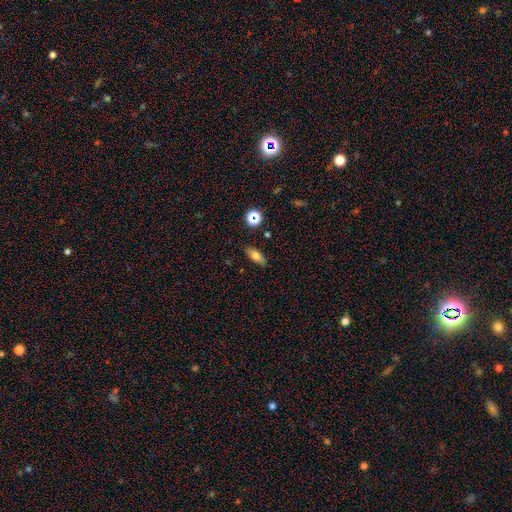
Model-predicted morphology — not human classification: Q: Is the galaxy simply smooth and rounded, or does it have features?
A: smooth — 71%.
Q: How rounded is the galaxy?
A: in between — 74%.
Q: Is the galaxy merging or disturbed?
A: none — 84%.